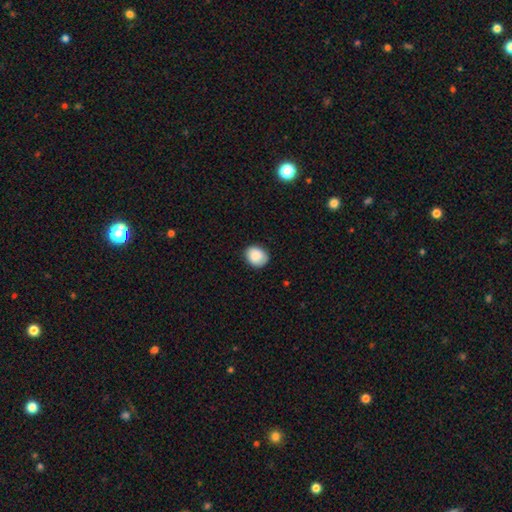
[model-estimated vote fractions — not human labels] Smooth or featured?
  - smooth: 87% *
  - star or artifact: 8%
  - featured or disk: 5%
How rounded?
  - round: 61% *
  - in between: 39%
  - cigar-shaped: 1%
Merging?
  - none: 83% *
  - minor disturbance: 14%
  - major disturbance: 2%
  - merger: 1%